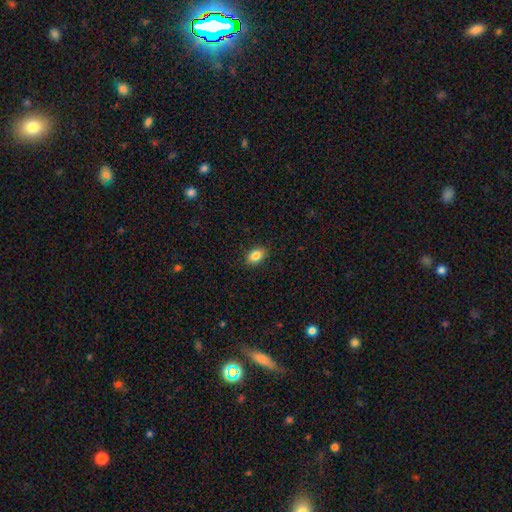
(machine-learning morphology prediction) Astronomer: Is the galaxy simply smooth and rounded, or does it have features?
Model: smooth — 85%.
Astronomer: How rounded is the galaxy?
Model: in between — 83%.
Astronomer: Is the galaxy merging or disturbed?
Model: none — 89%.